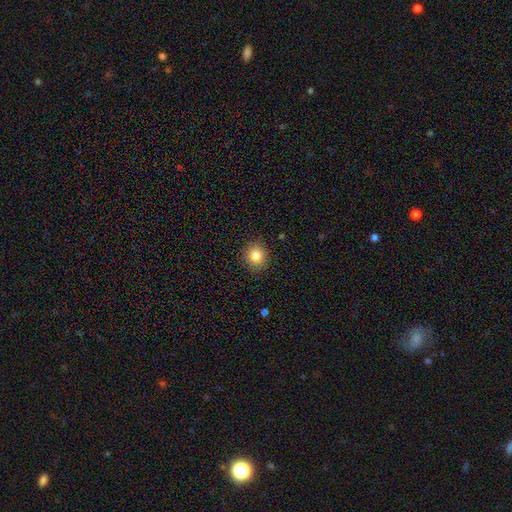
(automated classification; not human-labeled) Smooth or featured? smooth (83%)
How rounded? round (85%)
Merging? none (90%)